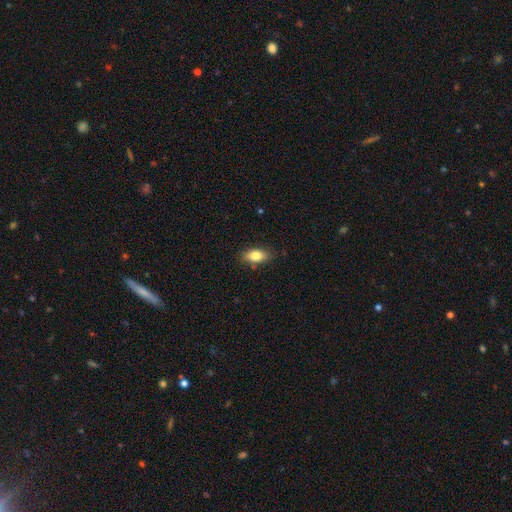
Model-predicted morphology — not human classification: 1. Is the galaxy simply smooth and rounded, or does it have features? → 81% smooth, 12% featured or disk, 8% star or artifact.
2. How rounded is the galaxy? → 87% in between, 8% cigar-shaped, 5% round.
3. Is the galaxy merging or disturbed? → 84% none, 13% minor disturbance, 2% major disturbance, 1% merger.